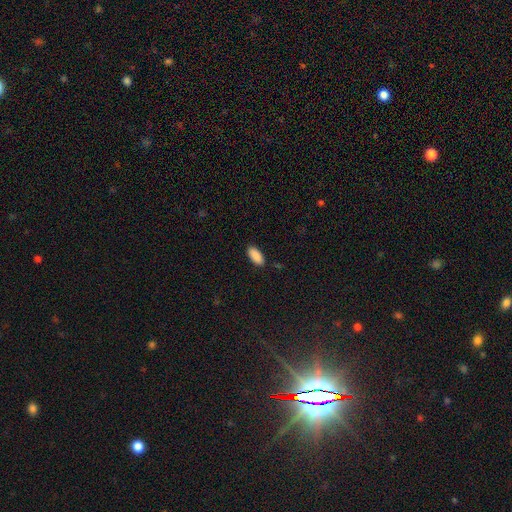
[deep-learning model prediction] A smooth galaxy with no disk features (90%) that is in between round and cigar-shaped (89%). Merging: none (88%).